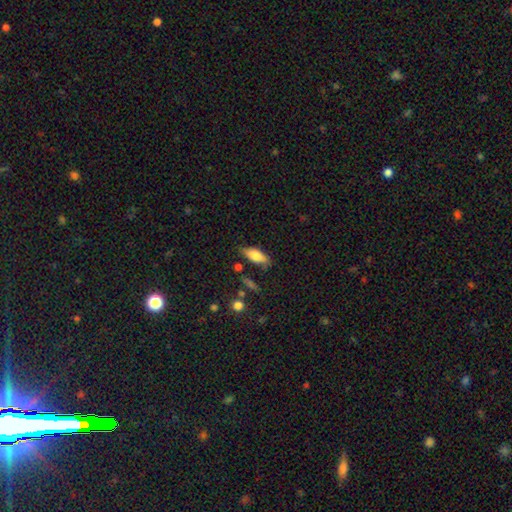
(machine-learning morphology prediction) Smooth or featured?
  - smooth: 76% *
  - featured or disk: 17%
  - star or artifact: 7%
How rounded?
  - in between: 76% *
  - cigar-shaped: 21%
  - round: 3%
Merging?
  - none: 73% *
  - minor disturbance: 18%
  - merger: 5%
  - major disturbance: 4%